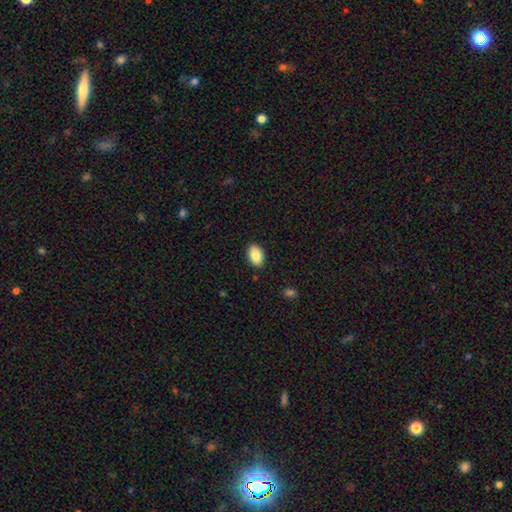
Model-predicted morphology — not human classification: smooth-or-featured: smooth: 85% | featured or disk: 8% | star or artifact: 7%
  how-rounded: in between: 87% | round: 12% | cigar-shaped: 1%
  merging: none: 88% | minor disturbance: 9% | major disturbance: 2% | merger: 1%